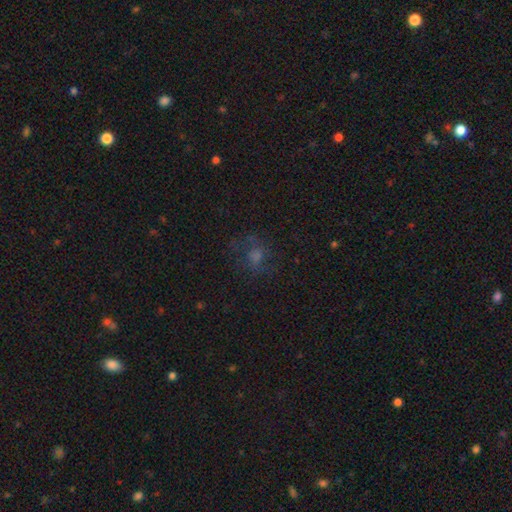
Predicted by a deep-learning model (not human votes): smooth-or-featured: smooth: 37% | featured or disk: 33% | star or artifact: 29%
  merging: none: 64% | minor disturbance: 17% | major disturbance: 17% | merger: 2%